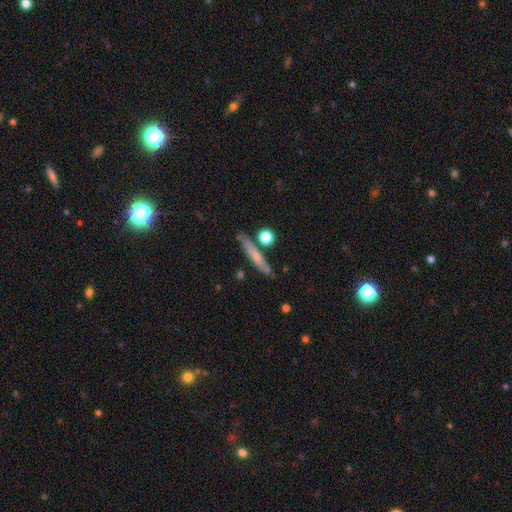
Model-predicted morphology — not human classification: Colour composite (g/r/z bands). It shows a smooth galaxy with no disk features (54%) that is cigar-shaped (90%). Merging: none (79%).